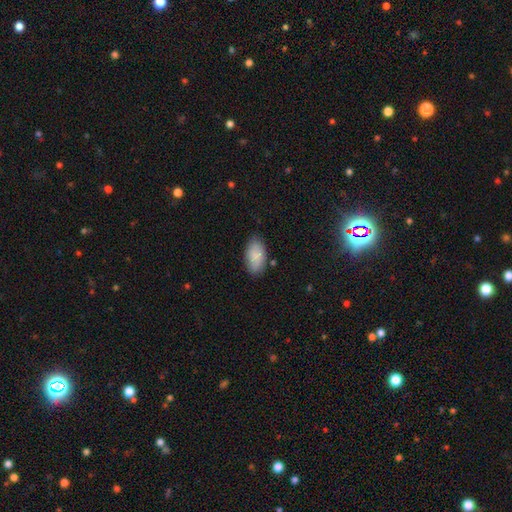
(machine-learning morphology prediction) smooth_or_featured: smooth (p=0.86) [alt: featured or disk p=0.08]
how_rounded: in between (p=0.94) [alt: round p=0.03]
merging: none (p=0.81) [alt: minor disturbance p=0.14]